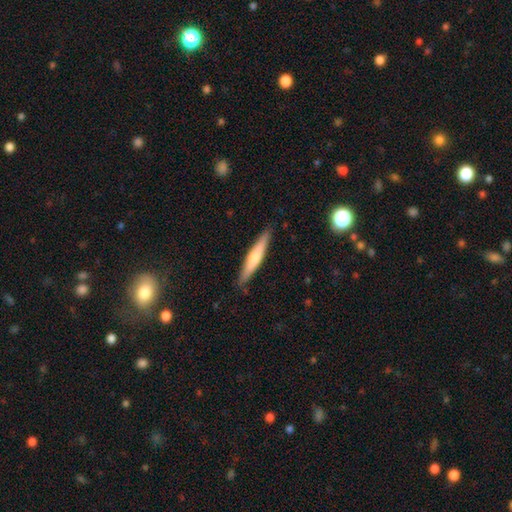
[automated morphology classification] Smooth or featured?
  - smooth: 48% *
  - featured or disk: 46%
  - star or artifact: 6%
Merging?
  - none: 89% *
  - minor disturbance: 8%
  - major disturbance: 2%
  - merger: 1%